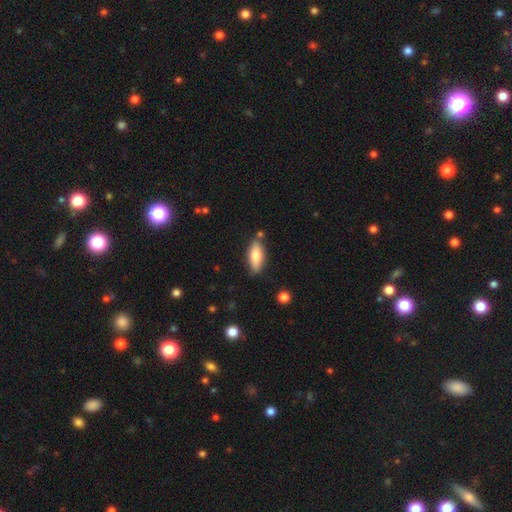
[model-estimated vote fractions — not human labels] Smooth or featured? smooth (78%)
How rounded? in between (71%)
Merging? none (79%)